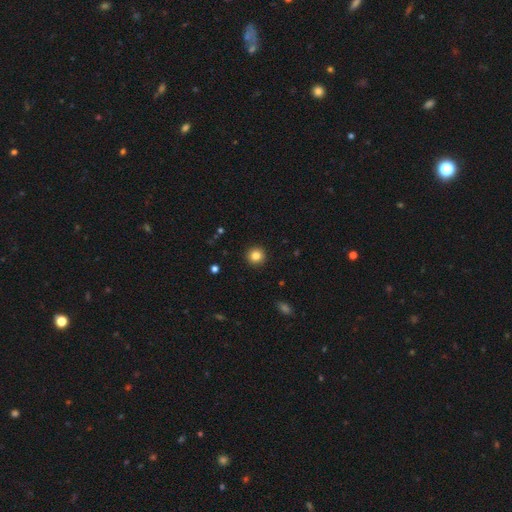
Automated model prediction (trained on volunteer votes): This appears to be a smooth galaxy with no disk features (84%) that is round (95%). Merging: none (93%).